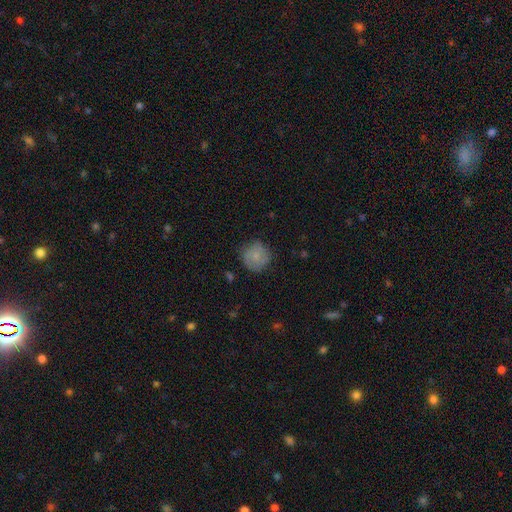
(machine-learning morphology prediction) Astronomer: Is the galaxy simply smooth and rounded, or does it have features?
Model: smooth — 71%.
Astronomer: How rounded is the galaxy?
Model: round — 91%.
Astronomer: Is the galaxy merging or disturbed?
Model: none — 76%.